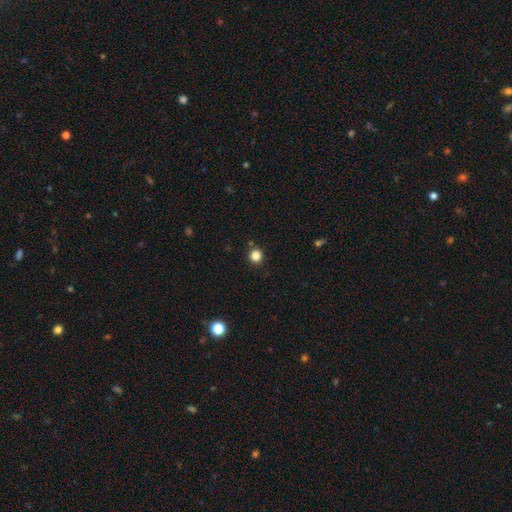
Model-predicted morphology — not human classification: Smooth or featured: smooth — 83% (star or artifact — 13%)
How rounded: round — 95% (in between — 4%)
Merging: none — 89% (minor disturbance — 6%)